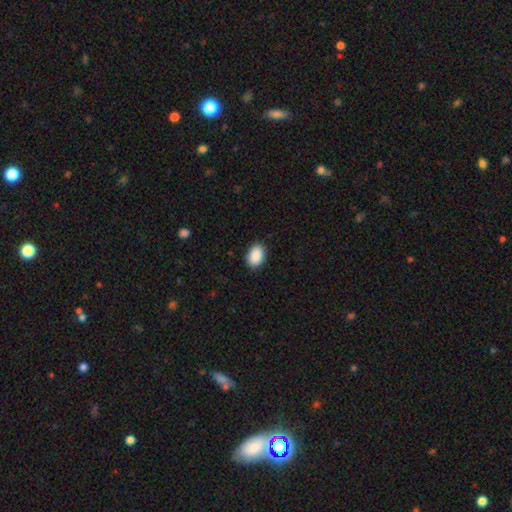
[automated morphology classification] A smooth galaxy with no disk features (90%) that is in between round and cigar-shaped (81%). Merging: none (87%).